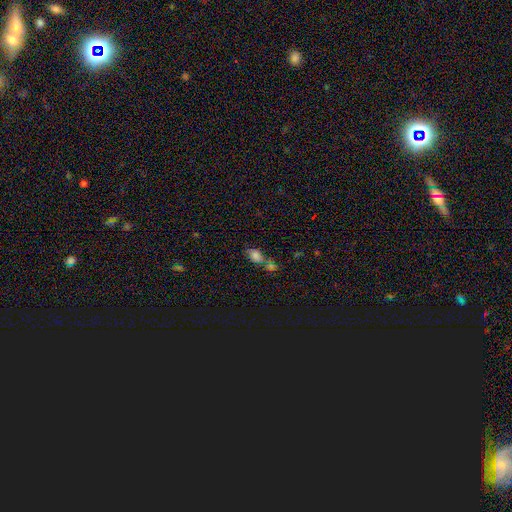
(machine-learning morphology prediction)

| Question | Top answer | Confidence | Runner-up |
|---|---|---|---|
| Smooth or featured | smooth | 74% | star or artifact (15%) |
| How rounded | in between | 85% | round (12%) |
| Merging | merger | 42% | none (36%) |